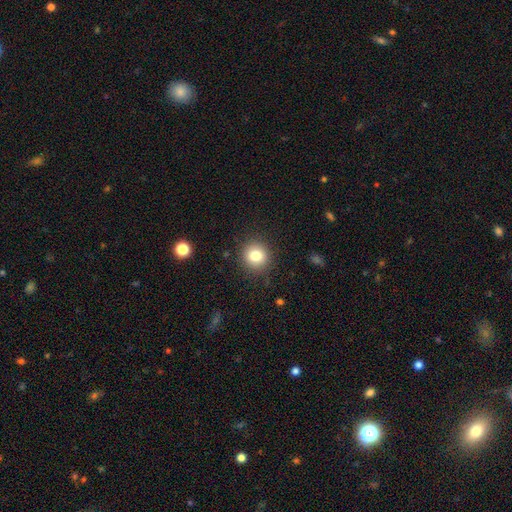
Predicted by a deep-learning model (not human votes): Smooth or featured? smooth (80%)
How rounded? round (91%)
Merging? none (89%)